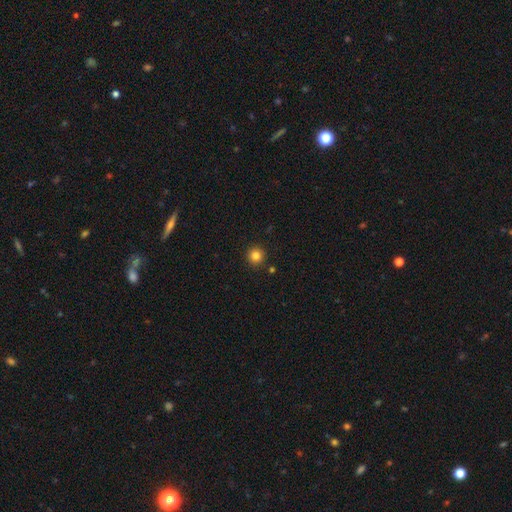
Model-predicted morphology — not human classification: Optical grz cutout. It shows a smooth galaxy with no disk features (83%) that is round (96%). Merging: none (91%).